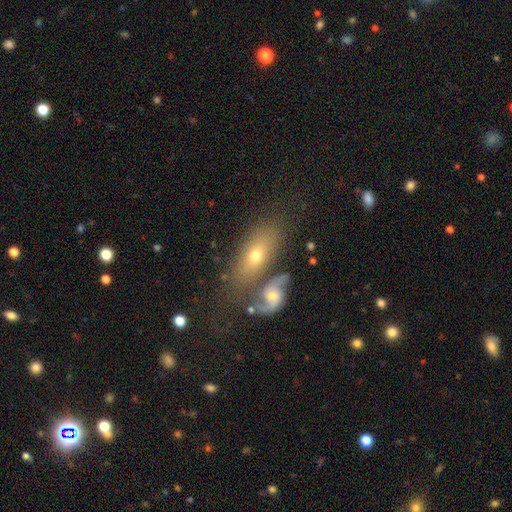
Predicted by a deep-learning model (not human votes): Smooth or featured: smooth — 51% (featured or disk — 41%)
How rounded: in between — 79% (cigar-shaped — 13%)
Merging: none — 45% (merger — 34%)